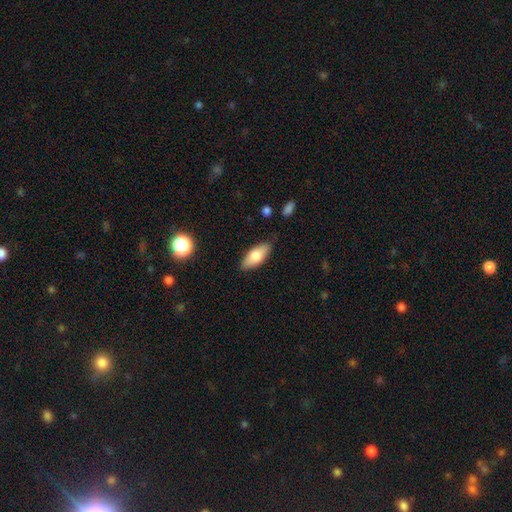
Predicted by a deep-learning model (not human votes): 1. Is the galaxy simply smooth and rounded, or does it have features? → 76% smooth, 18% featured or disk, 6% star or artifact.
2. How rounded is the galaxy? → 83% in between, 15% cigar-shaped, 2% round.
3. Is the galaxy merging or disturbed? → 83% none, 13% minor disturbance, 2% major disturbance, 2% merger.